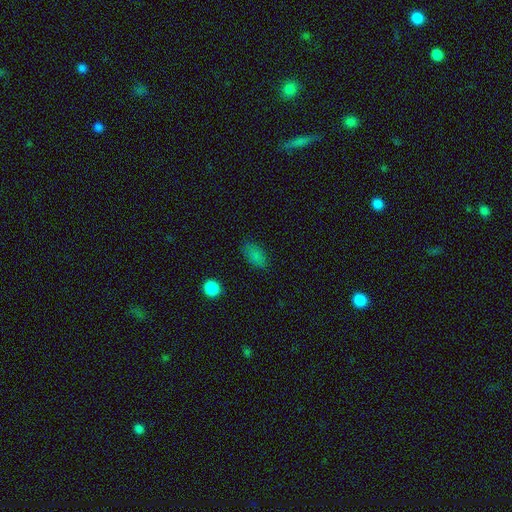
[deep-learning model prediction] Overall: smooth (81%). How rounded: in between (90%). Merging: none (80%).